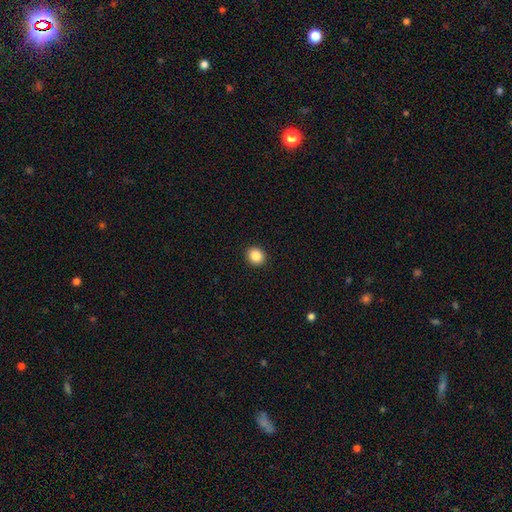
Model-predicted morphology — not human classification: The model was most divided on "how rounded": round: 79%, in between: 20%, cigar-shaped: 1%. More confident: merging — none (93%); smooth or featured — smooth (87%).